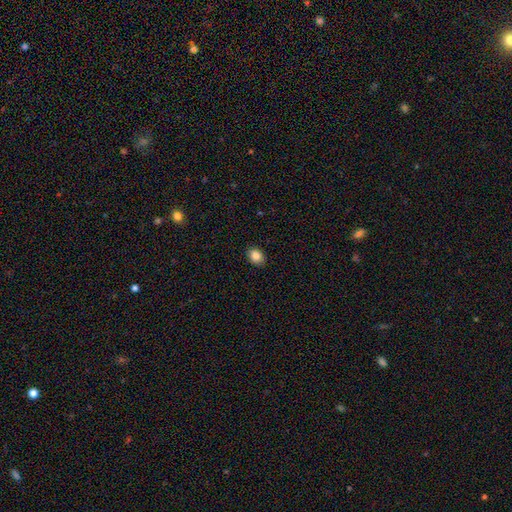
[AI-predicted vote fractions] Smooth or featured? Predicted: smooth (p=0.86). How rounded? Predicted: in between (p=0.67). Merging? Predicted: none (p=0.89).